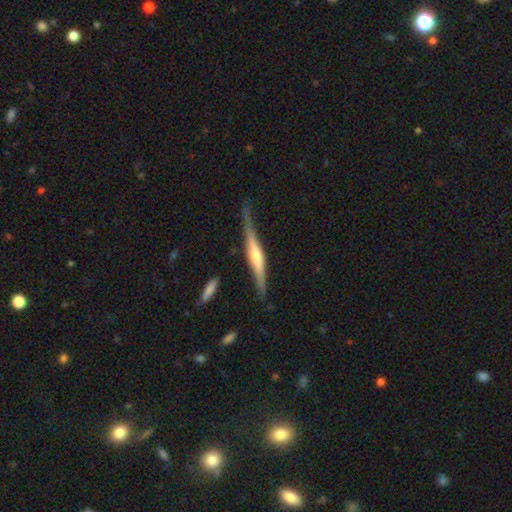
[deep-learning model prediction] Overall: featured or disk (74%). Edge-on disk: yes (97%). Edge-on bulge: rounded (70%). Merging: none (78%).